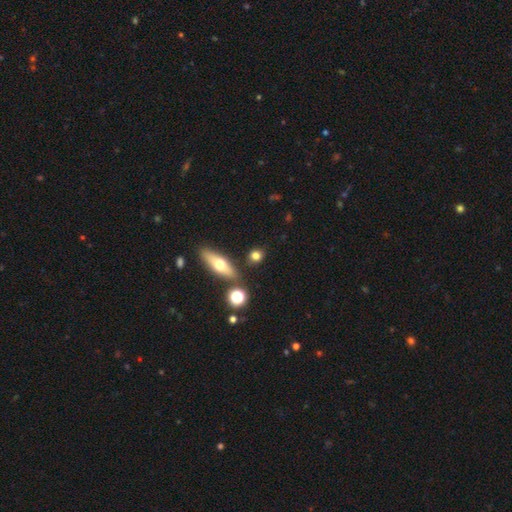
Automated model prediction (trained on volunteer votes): smooth_or_featured: smooth (p=0.73) [alt: featured or disk p=0.15]
how_rounded: round (p=0.68) [alt: in between p=0.24]
merging: none (p=0.81) [alt: minor disturbance p=0.10]